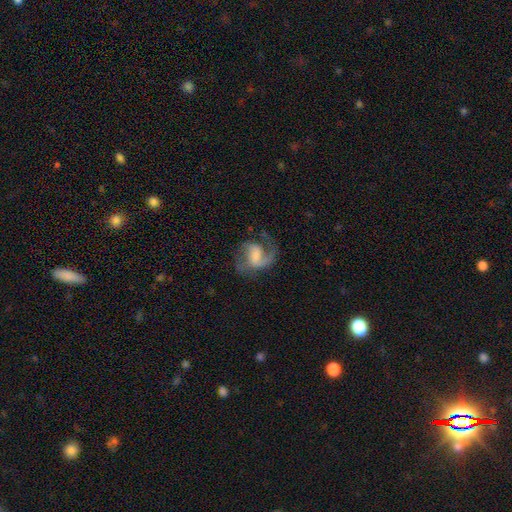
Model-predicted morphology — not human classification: A featured or disk galaxy (81%) with a weak bar (50%), 2 (64%) medium (51%) spiral arms (95%) and a small central bulge (36%). Merging: none (58%).